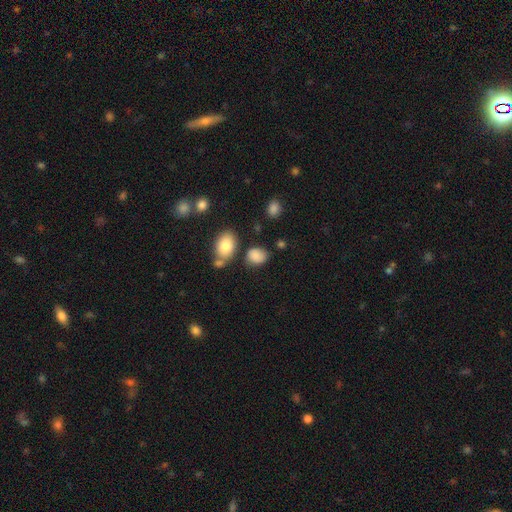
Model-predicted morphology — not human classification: The model was most divided on "how rounded": in between: 61%, round: 38%, cigar-shaped: 1%. More confident: smooth or featured — smooth (83%); merging — none (63%).